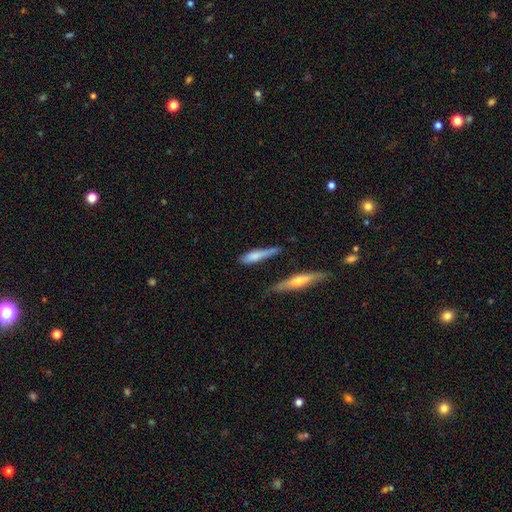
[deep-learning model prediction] A smooth galaxy with no disk features (71%) that is cigar-shaped (72%).

Vote fractions:
- Smooth or featured? smooth: 71% / featured or disk: 23% / star or artifact: 6%
- How rounded? cigar-shaped: 72% / in between: 26% / round: 2%
- Merging? none: 53% / minor disturbance: 31% / major disturbance: 8% / merger: 7%